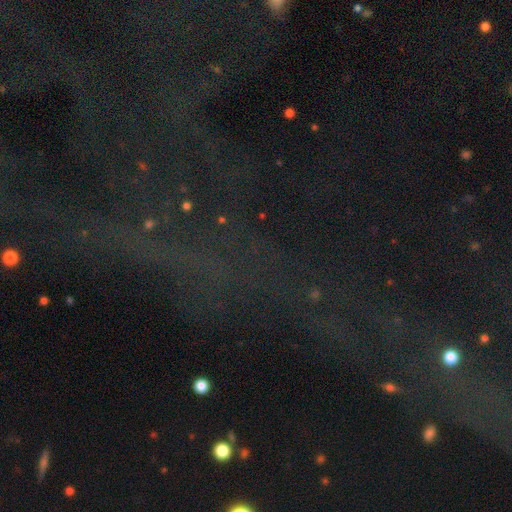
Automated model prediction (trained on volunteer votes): Overall: star or artifact (75%).